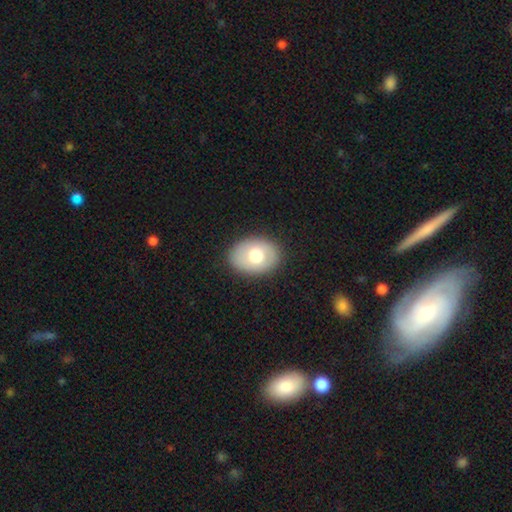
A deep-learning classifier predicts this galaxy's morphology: The model was most divided on "how rounded": in between: 71%, round: 29%, cigar-shaped: 1%. More confident: merging — none (87%); smooth or featured — smooth (70%).